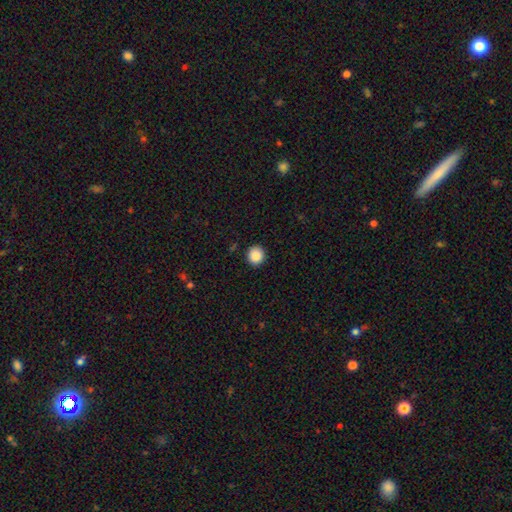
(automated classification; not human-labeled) Smooth or featured?
  - smooth: 89% *
  - star or artifact: 9%
  - featured or disk: 3%
How rounded?
  - round: 89% *
  - in between: 10%
  - cigar-shaped: 1%
Merging?
  - none: 91% *
  - minor disturbance: 6%
  - major disturbance: 2%
  - merger: 1%